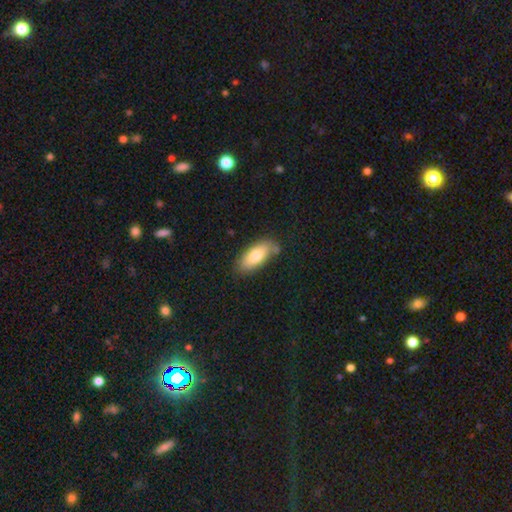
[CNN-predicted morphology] smooth_or_featured: smooth (p=0.76) [alt: featured or disk p=0.18]
how_rounded: in between (p=0.80) [alt: cigar-shaped p=0.18]
merging: none (p=0.76) [alt: minor disturbance p=0.17]